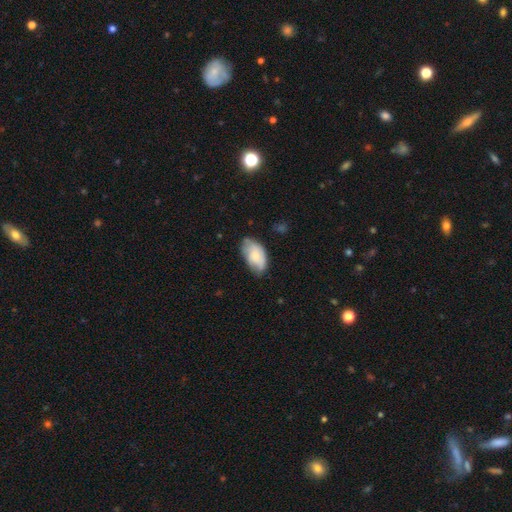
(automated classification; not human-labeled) Smooth or featured? Predicted: smooth (p=0.71). How rounded? Predicted: in between (p=0.94). Merging? Predicted: none (p=0.58).